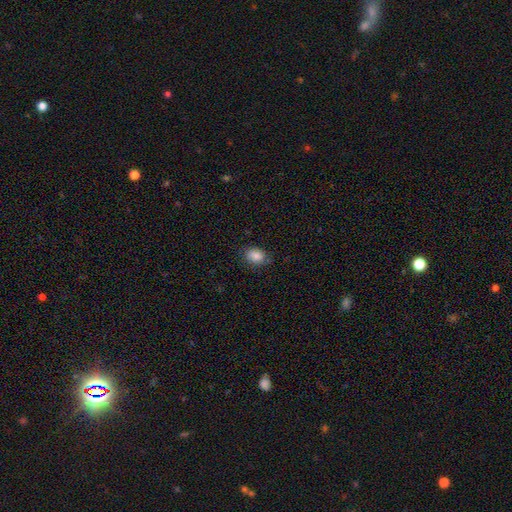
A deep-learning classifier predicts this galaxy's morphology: A smooth galaxy with no disk features (85%) that is in between round and cigar-shaped (65%). Merging: none (77%).